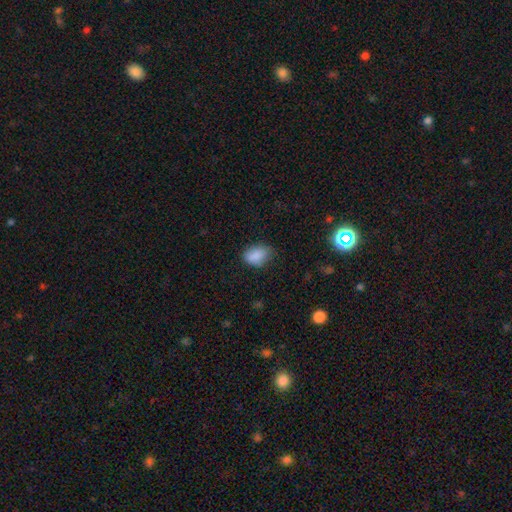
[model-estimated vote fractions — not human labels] The model was most divided on "merging": none: 67%, minor disturbance: 26%, major disturbance: 6%, merger: 1%. More confident: smooth or featured — smooth (87%); how rounded — in between (84%).